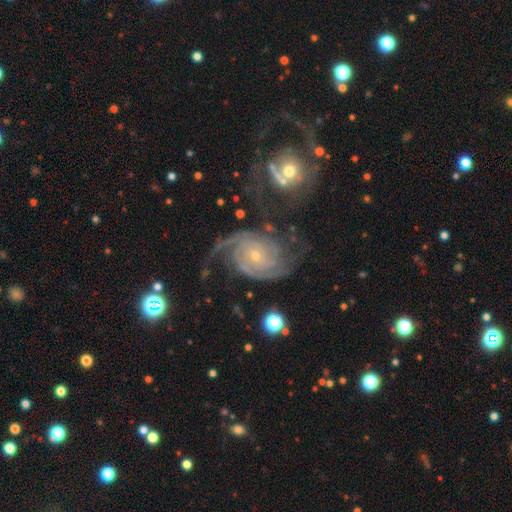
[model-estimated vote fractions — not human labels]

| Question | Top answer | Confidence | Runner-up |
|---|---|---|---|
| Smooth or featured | featured or disk | 91% | star or artifact (5%) |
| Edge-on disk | no | 98% | yes (2%) |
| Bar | no | 72% | weak (21%) |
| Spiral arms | yes | 98% | no (2%) |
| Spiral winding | tight | 58% | medium (33%) |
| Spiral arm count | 2 | 41% | 3 (22%) |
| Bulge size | small | 79% | moderate (18%) |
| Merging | none | 54% | minor disturbance (20%) |